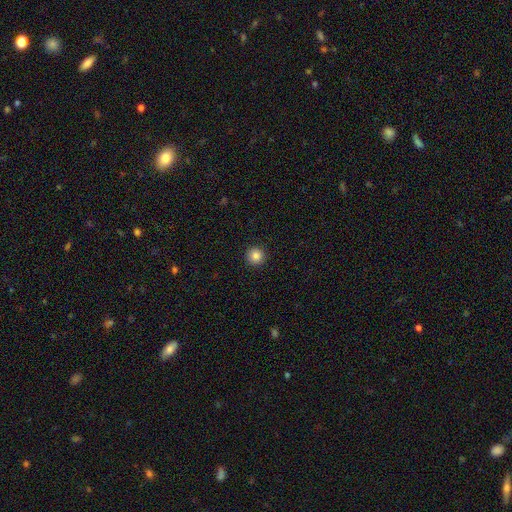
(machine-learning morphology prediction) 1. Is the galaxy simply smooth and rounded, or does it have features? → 84% smooth, 11% star or artifact, 5% featured or disk.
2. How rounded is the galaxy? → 96% round, 3% in between, 1% cigar-shaped.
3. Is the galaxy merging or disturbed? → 93% none, 4% minor disturbance, 2% major disturbance, 1% merger.